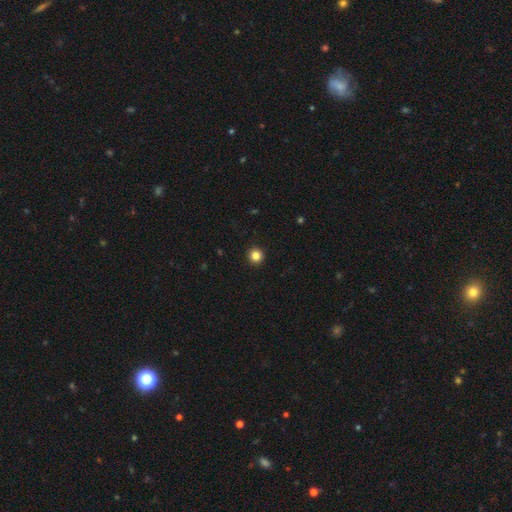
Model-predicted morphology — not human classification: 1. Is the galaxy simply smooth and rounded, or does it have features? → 85% smooth, 11% star or artifact, 4% featured or disk.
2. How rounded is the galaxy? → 95% round, 4% in between, 1% cigar-shaped.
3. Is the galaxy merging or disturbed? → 94% none, 4% minor disturbance, 1% major disturbance, 1% merger.